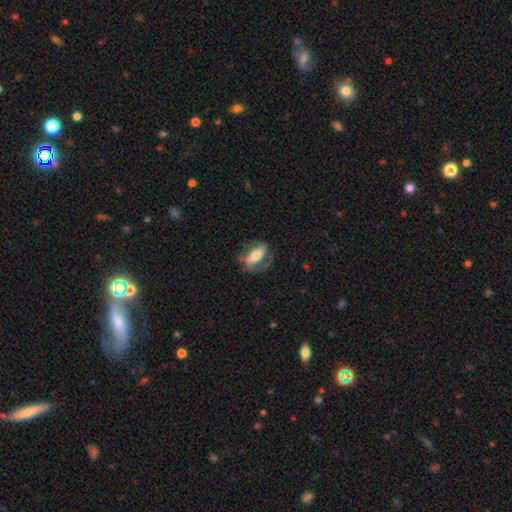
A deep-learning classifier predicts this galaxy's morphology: Overall: featured or disk (62%; smooth 32%). Edge-on disk: no (91%). Bar: strong (49%; no 26%). Spiral arms: yes (74%). Bulge size: moderate (56%; small 22%). Merging: none (63%).